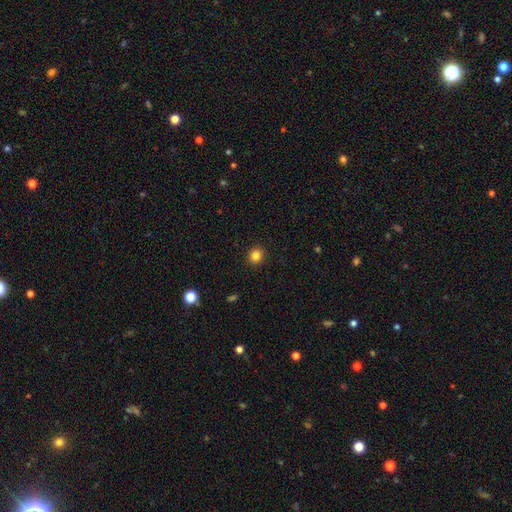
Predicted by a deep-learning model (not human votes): This is clearly a smooth galaxy (83%). How rounded: clearly round (87%). Merging: clearly none (92%).